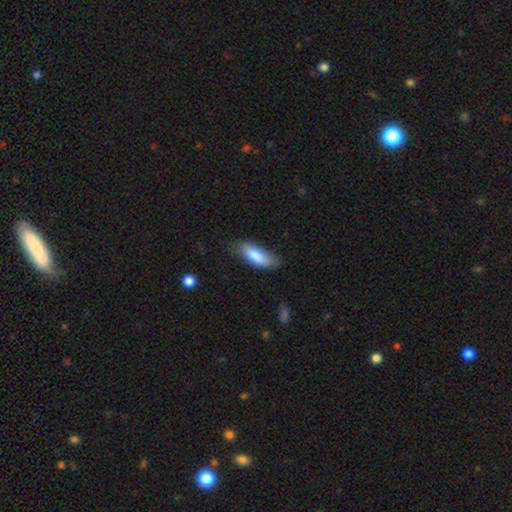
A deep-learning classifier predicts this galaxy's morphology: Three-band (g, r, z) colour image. It shows a smooth galaxy with no disk features (83%) that is in between round and cigar-shaped (64%). Merging: none (70%).